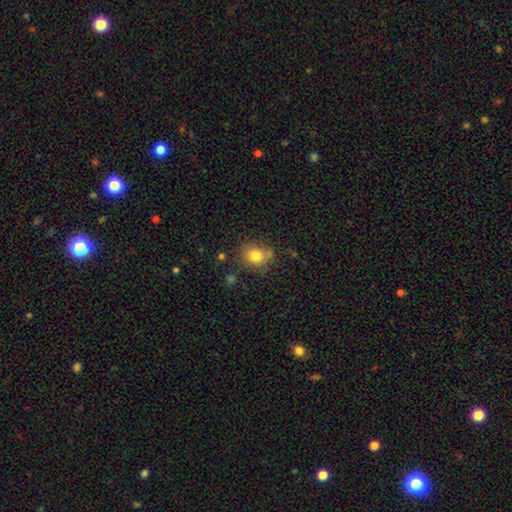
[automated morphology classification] This appears to be a smooth galaxy with no disk features (80%) that is round (63%). Merging: none (70%).